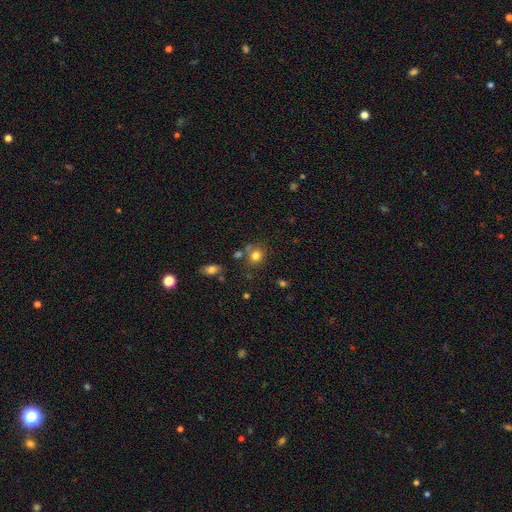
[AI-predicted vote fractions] Smooth or featured? Predicted: smooth (p=0.79). How rounded? Predicted: round (p=0.78). Merging? Predicted: none (p=0.68).